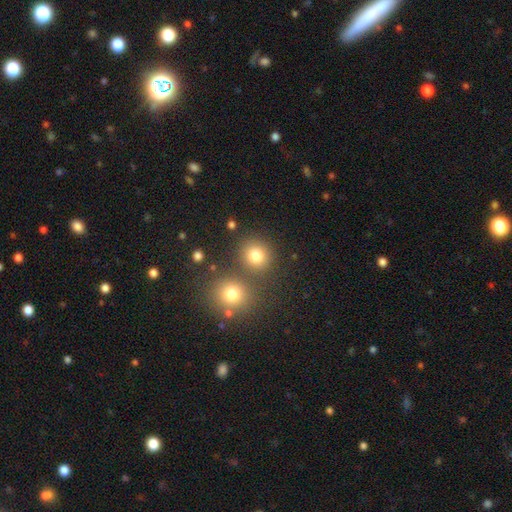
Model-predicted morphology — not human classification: Smooth or featured? Predicted: smooth (p=0.79). How rounded? Predicted: round (p=0.88). Merging? Predicted: none (p=0.73).